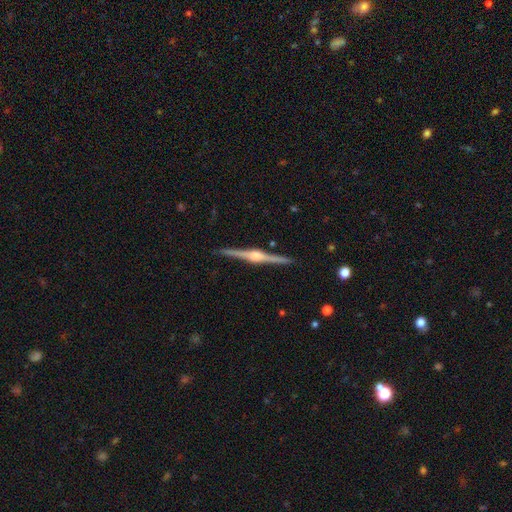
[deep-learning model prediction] Morphology: type=featured or disk (89%); edge-on=yes (99%); edge-on bulge=rounded (88%); merging=none (93%).